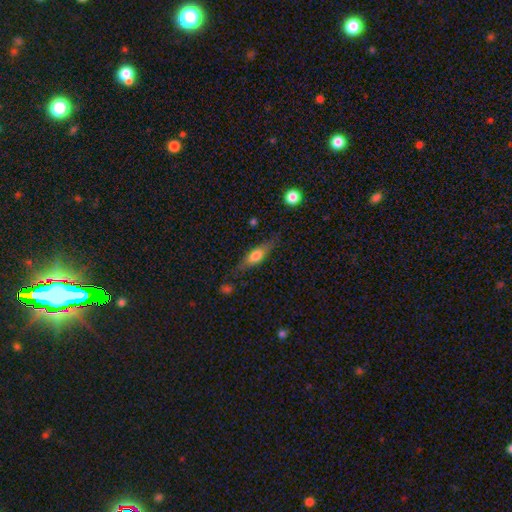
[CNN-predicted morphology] Smooth or featured? Predicted: smooth (p=0.56). How rounded? Predicted: cigar-shaped (p=0.52). Merging? Predicted: none (p=0.75).